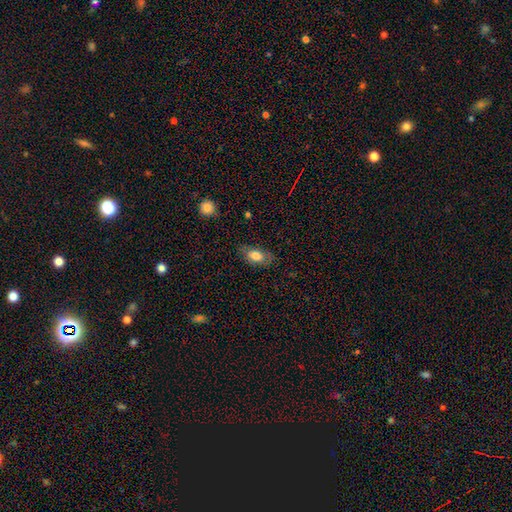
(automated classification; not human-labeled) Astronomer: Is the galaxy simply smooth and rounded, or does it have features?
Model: smooth — 74%.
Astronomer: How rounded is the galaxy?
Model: in between — 88%.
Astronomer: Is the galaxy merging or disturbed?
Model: none — 76%.